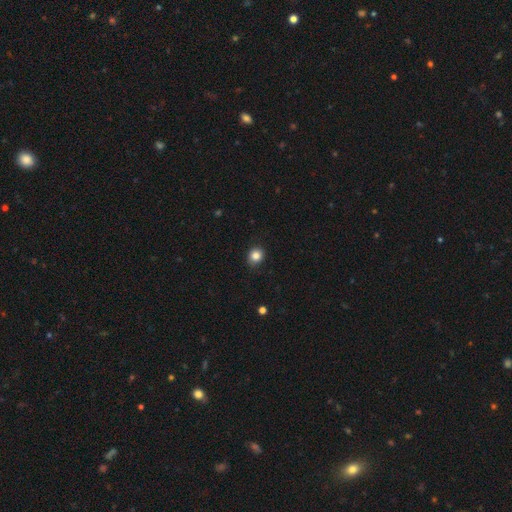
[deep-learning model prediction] smooth_or_featured: smooth (p=0.84) [alt: star or artifact p=0.11]
how_rounded: round (p=0.73) [alt: in between p=0.26]
merging: none (p=0.87) [alt: minor disturbance p=0.10]